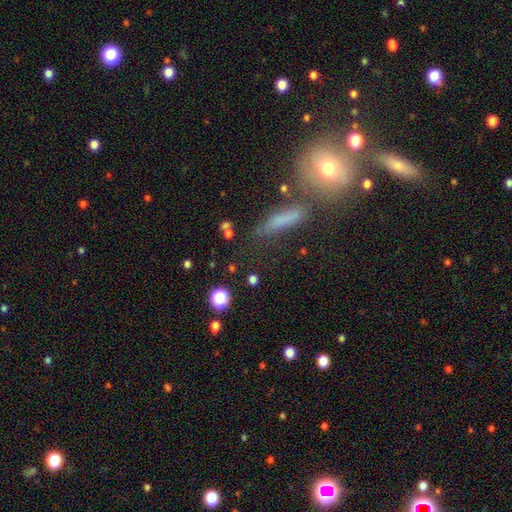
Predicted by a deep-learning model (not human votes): This appears to be a smooth galaxy with no disk features (48%). Merging: none (63%).